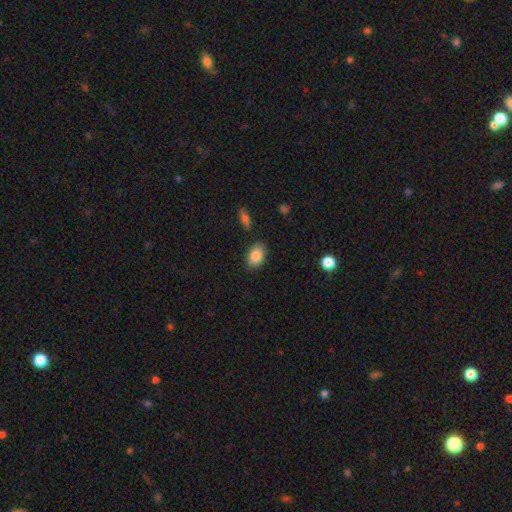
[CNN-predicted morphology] Smooth or featured: smooth — 87% (star or artifact — 7%)
How rounded: in between — 89% (round — 9%)
Merging: none — 84% (minor disturbance — 11%)